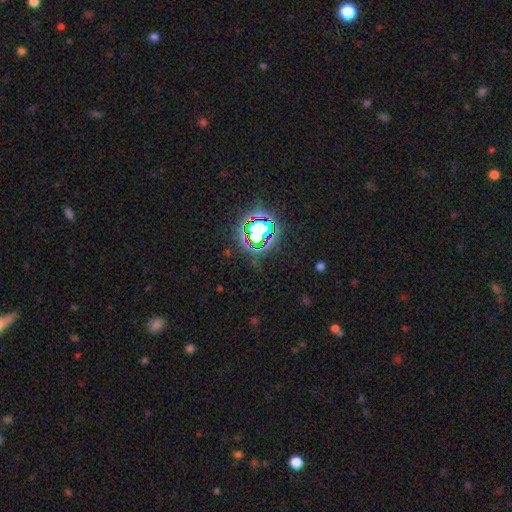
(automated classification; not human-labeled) This is likely a star or artifact rather than a galaxy (79%).